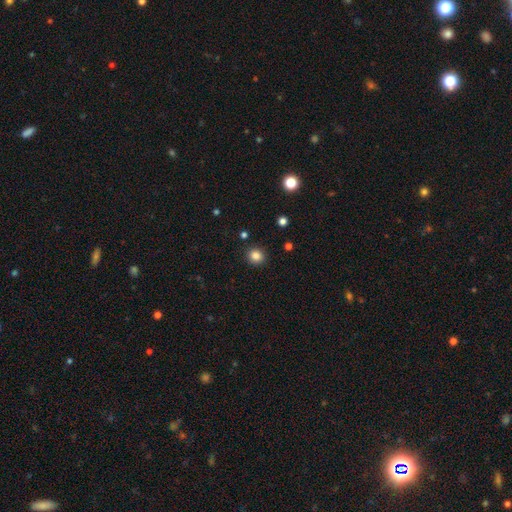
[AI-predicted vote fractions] Overall: smooth (84%). How rounded: round (84%). Merging: none (90%).